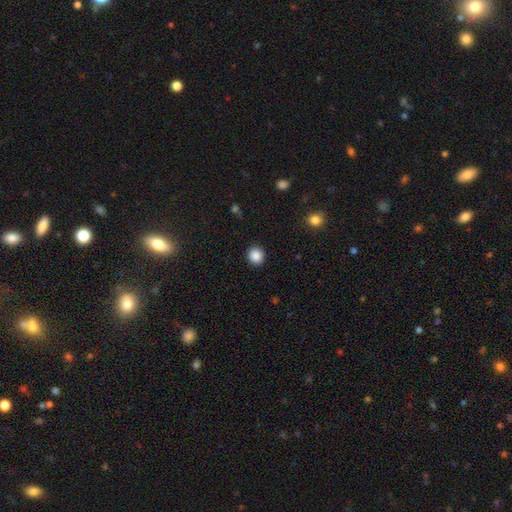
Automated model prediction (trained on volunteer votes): The model was most divided on "smooth or featured": smooth: 87%, star or artifact: 10%, featured or disk: 3%. More confident: merging — none (91%); how rounded — round (89%).